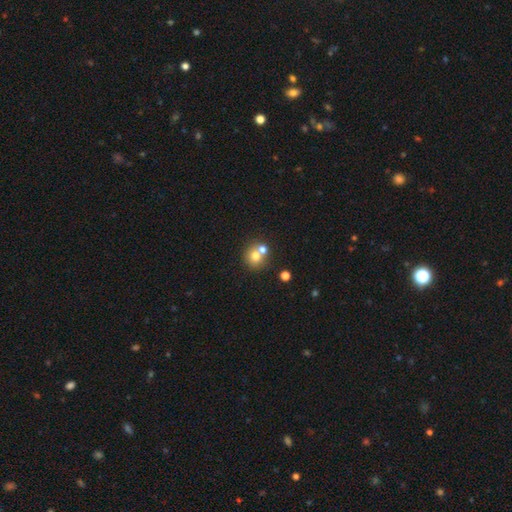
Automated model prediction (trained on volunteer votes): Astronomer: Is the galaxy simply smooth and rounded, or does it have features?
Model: smooth — 72%.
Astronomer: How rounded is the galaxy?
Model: round — 87%.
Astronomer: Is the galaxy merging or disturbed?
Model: none — 54% (runner-up: merger, 37%).